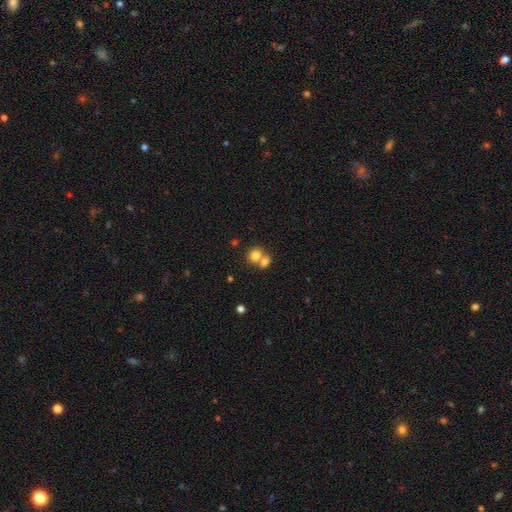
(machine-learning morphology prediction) Overall: smooth (78%). How rounded: round (70%). Merging: merger (54%; none 37%).